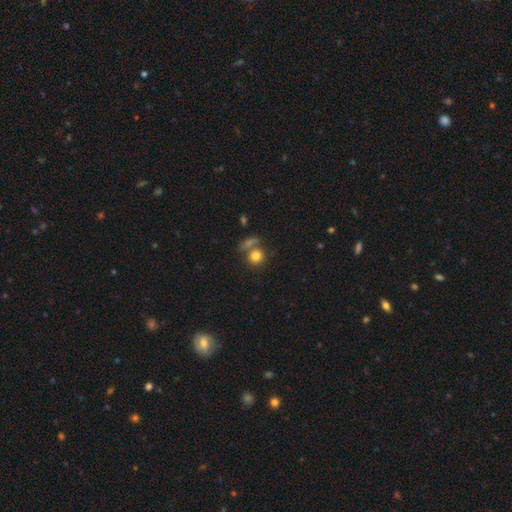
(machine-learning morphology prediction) The model was most divided on "merging": none: 56%, merger: 28%, minor disturbance: 10%, major disturbance: 6%. More confident: how rounded — round (83%); smooth or featured — smooth (80%).